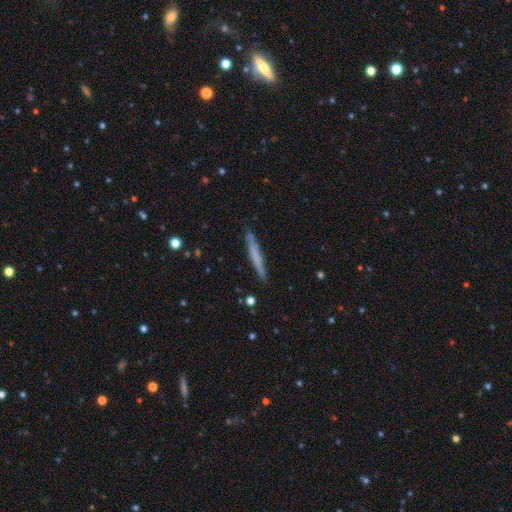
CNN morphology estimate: smooth 57%, featured or disk 36%, star or artifact 7%. Down the decision tree: how rounded — cigar-shaped (96%); merging — none (87%).